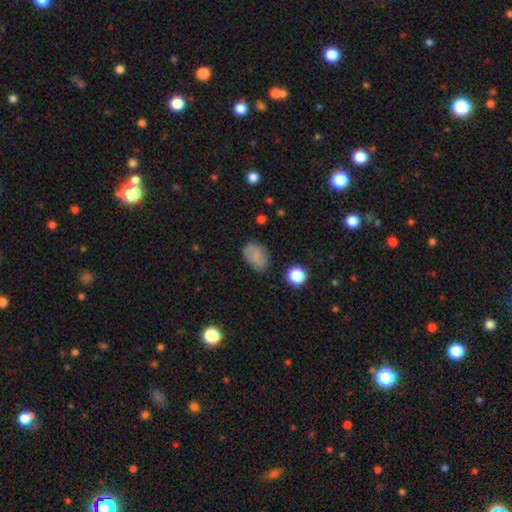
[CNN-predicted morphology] Smooth or featured? Predicted: smooth (p=0.67). How rounded? Predicted: in between (p=0.80). Merging? Predicted: none (p=0.70).